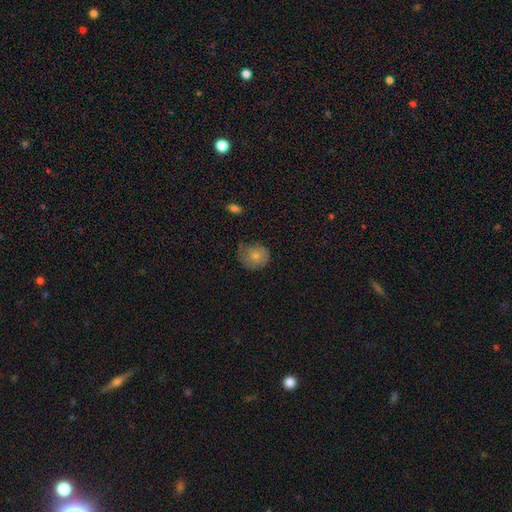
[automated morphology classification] Q: Smooth or featured?
A: smooth (73%); runner-up: featured or disk (19%)
Q: How rounded?
A: round (77%); runner-up: in between (22%)
Q: Merging?
A: none (52%); runner-up: minor disturbance (34%)